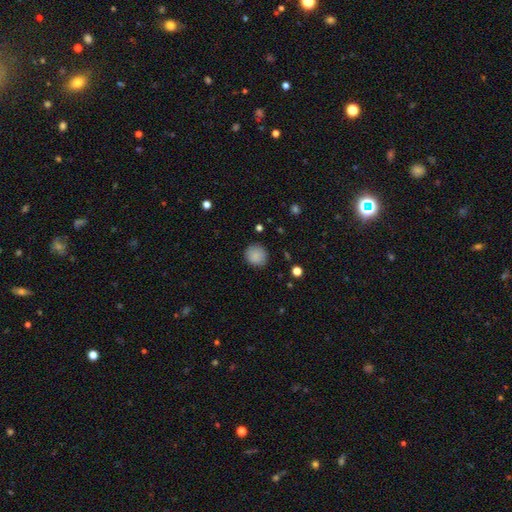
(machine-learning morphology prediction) Overall: smooth (86%). How rounded: round (90%). Merging: none (86%).